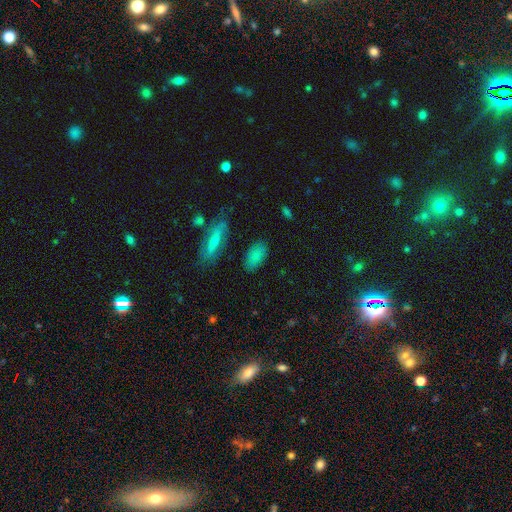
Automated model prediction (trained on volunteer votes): Smooth or featured? smooth (82%)
How rounded? in between (91%)
Merging? none (82%)